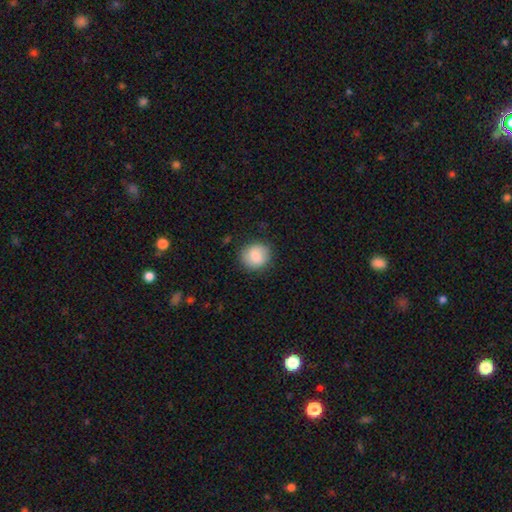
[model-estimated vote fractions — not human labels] This appears to be a smooth galaxy with no disk features (85%) that is round (85%). Merging: none (85%).